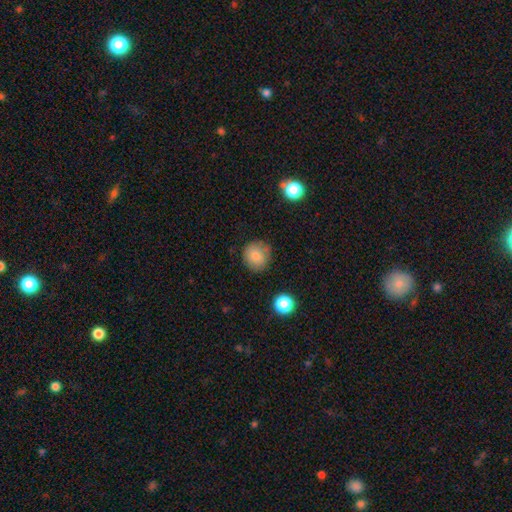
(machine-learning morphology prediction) Smooth or featured? Predicted: smooth (p=0.82). How rounded? Predicted: round (p=0.89). Merging? Predicted: none (p=0.78).